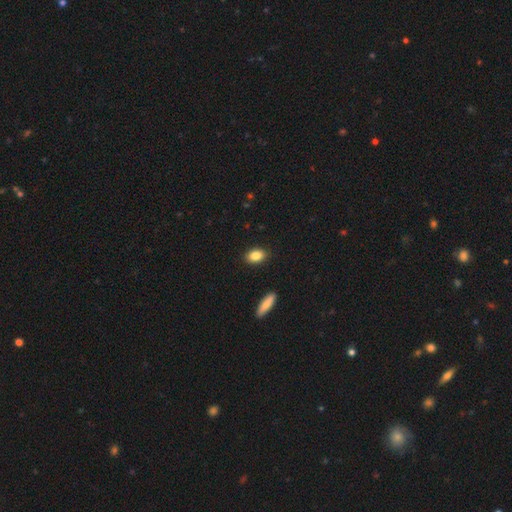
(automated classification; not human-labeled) A smooth galaxy with no disk features (86%) that is in between round and cigar-shaped (87%).

Vote fractions:
- Smooth or featured? smooth: 86% / star or artifact: 7% / featured or disk: 7%
- How rounded? in between: 87% / round: 10% / cigar-shaped: 3%
- Merging? none: 89% / minor disturbance: 7% / major disturbance: 2% / merger: 1%